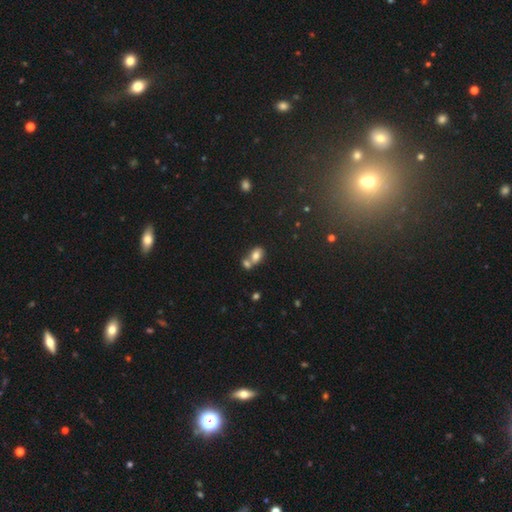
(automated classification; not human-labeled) Smooth or featured?
  - smooth: 74% *
  - featured or disk: 15%
  - star or artifact: 11%
How rounded?
  - in between: 77% *
  - round: 21%
  - cigar-shaped: 2%
Merging?
  - merger: 57% *
  - none: 30%
  - minor disturbance: 9%
  - major disturbance: 4%